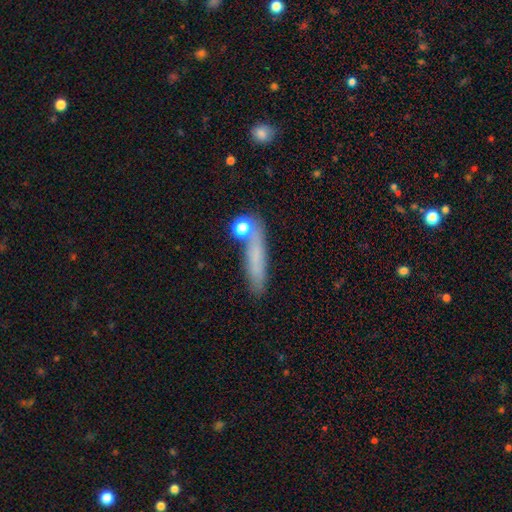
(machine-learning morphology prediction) Smooth or featured? smooth (69%)
How rounded? cigar-shaped (80%)
Merging? none (72%)